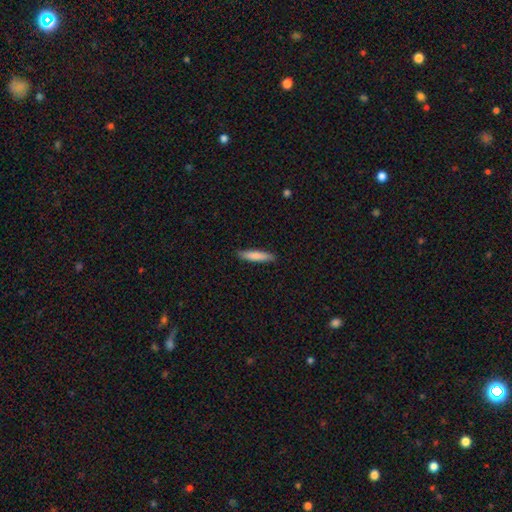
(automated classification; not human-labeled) Smooth or featured?
  - smooth: 81% *
  - featured or disk: 14%
  - star or artifact: 5%
How rounded?
  - cigar-shaped: 87% *
  - in between: 12%
  - round: 1%
Merging?
  - none: 89% *
  - minor disturbance: 8%
  - major disturbance: 2%
  - merger: 1%